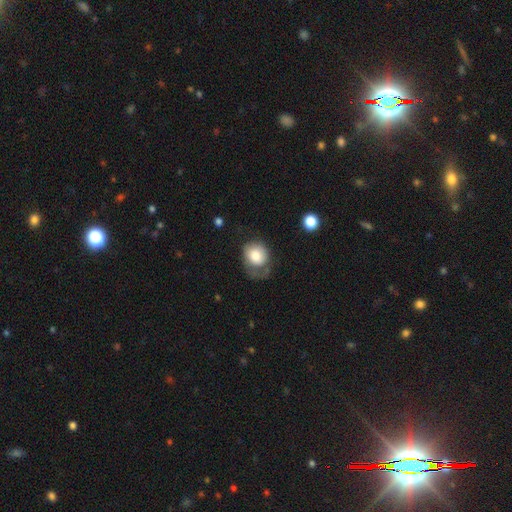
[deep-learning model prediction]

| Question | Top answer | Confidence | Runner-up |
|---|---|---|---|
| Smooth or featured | smooth | 74% | featured or disk (19%) |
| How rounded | round | 62% | in between (38%) |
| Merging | none | 34% | major disturbance (33%) |